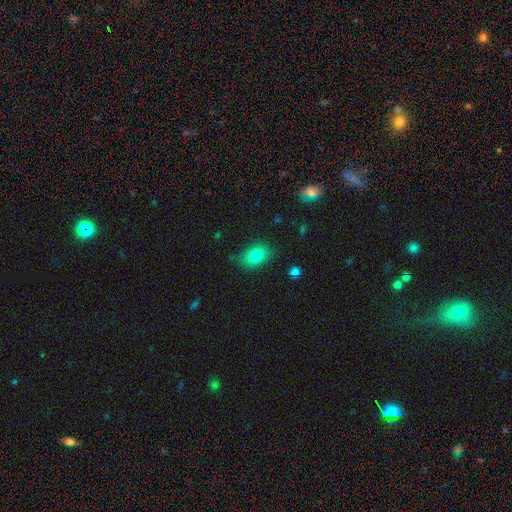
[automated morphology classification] A smooth galaxy with no disk features (81%) that is in between round and cigar-shaped (82%).

Vote fractions:
- Smooth or featured? smooth: 81% / star or artifact: 10% / featured or disk: 9%
- How rounded? in between: 82% / round: 16% / cigar-shaped: 2%
- Merging? none: 81% / minor disturbance: 14% / major disturbance: 3% / merger: 2%